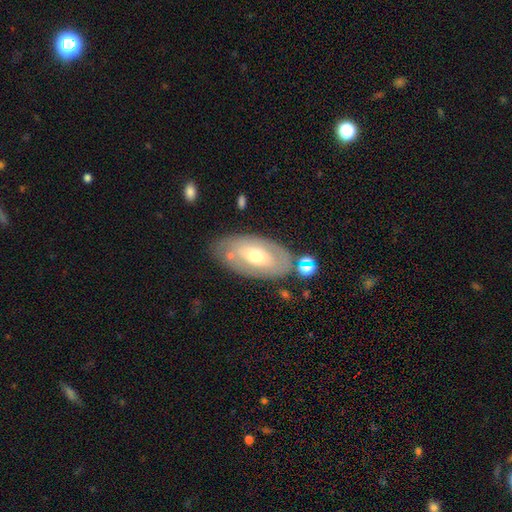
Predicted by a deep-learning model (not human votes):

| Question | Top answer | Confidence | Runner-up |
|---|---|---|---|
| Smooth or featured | featured or disk | 53% | smooth (41%) |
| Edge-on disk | no | 87% | yes (13%) |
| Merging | none | 74% | minor disturbance (16%) |